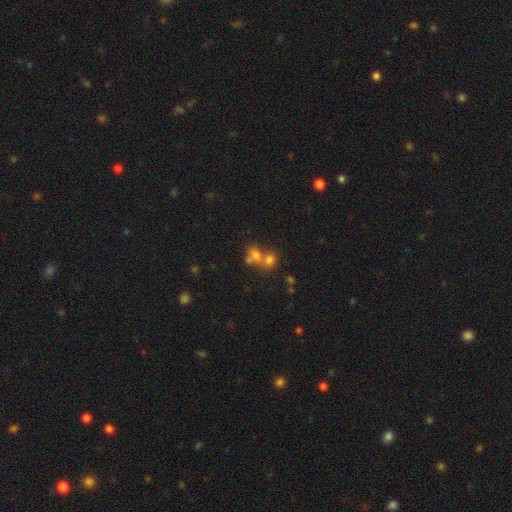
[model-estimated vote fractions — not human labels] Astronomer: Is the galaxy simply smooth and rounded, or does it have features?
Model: smooth — 65%.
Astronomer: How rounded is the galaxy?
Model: round — 54% (runner-up: in between, 45%).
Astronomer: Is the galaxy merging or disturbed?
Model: merger — 61%.